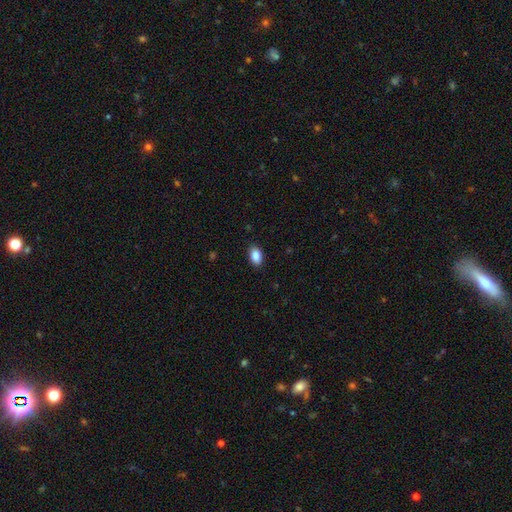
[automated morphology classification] Overall: smooth (89%). How rounded: in between (90%). Merging: none (88%).